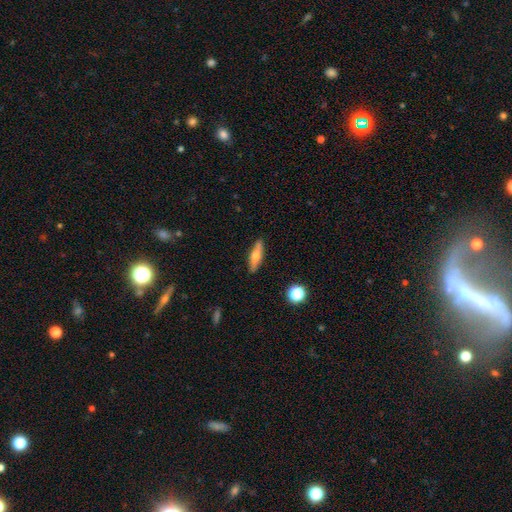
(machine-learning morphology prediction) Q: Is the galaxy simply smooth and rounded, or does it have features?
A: smooth — 56%.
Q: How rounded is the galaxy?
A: cigar-shaped — 56%.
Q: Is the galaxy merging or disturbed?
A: none — 87%.